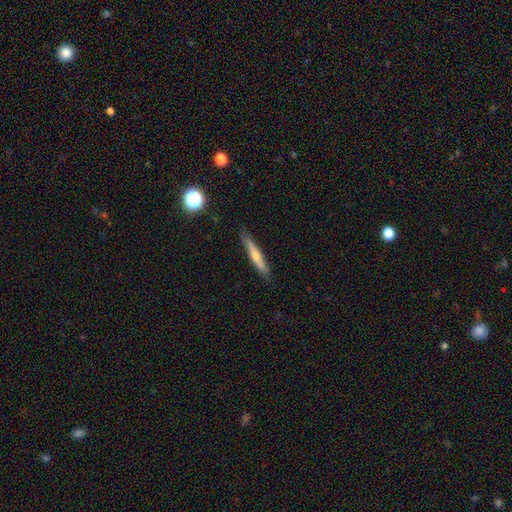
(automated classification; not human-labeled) Overall: featured or disk (51%; smooth 42%). Edge-on disk: yes (92%). Merging: none (86%).